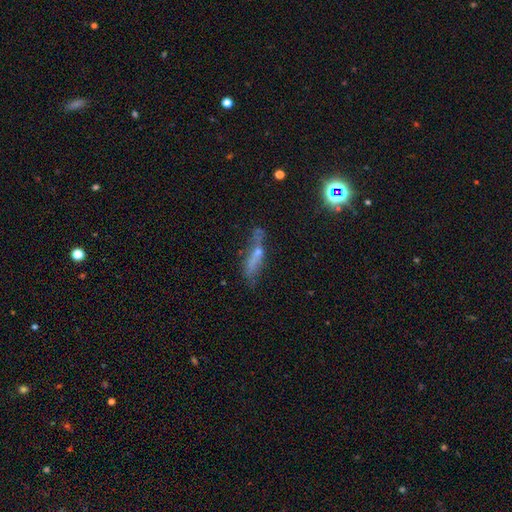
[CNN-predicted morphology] smooth 42%, featured or disk 41%, star or artifact 16%. Down the decision tree: merging — none (47%).